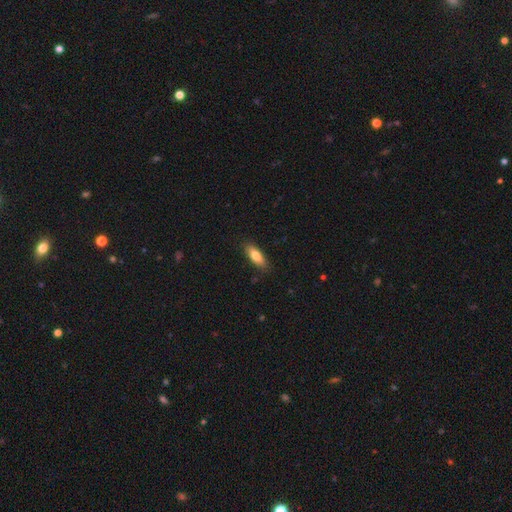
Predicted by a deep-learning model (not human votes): Overall: smooth (77%). How rounded: in between (68%; cigar-shaped 30%). Merging: none (86%).